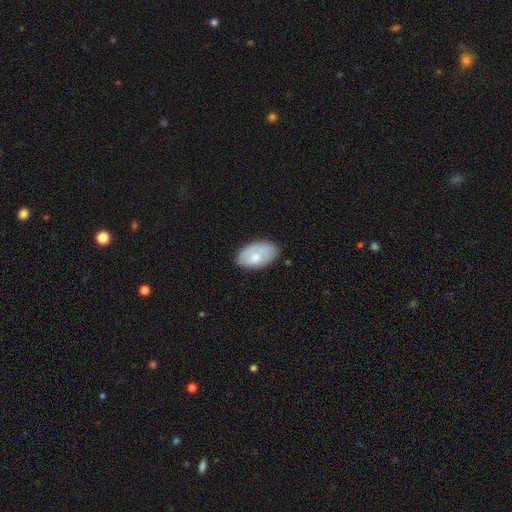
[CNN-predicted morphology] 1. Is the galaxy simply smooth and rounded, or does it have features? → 63% smooth, 31% featured or disk, 6% star or artifact.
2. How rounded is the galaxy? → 93% in between, 5% round, 1% cigar-shaped.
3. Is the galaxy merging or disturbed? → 70% none, 23% minor disturbance, 5% major disturbance, 2% merger.